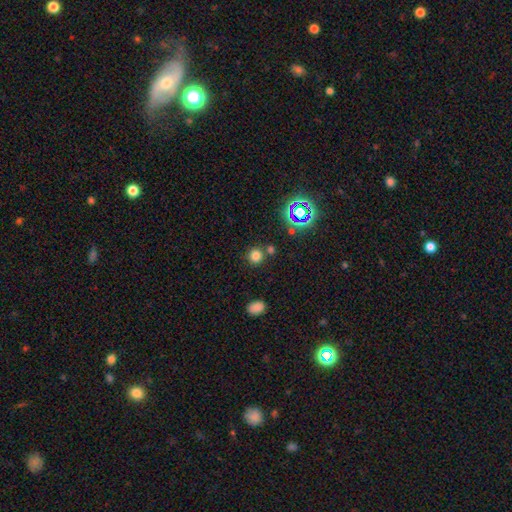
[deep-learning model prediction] smooth-or-featured: smooth: 74% | star or artifact: 20% | featured or disk: 6%
  how-rounded: round: 91% | in between: 8% | cigar-shaped: 1%
  merging: none: 75% | merger: 14% | minor disturbance: 8% | major disturbance: 3%